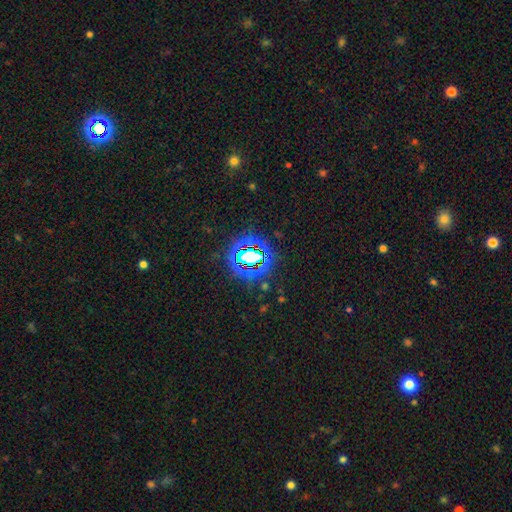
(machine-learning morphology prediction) Smooth or featured?
  - star or artifact: 82% *
  - smooth: 11%
  - featured or disk: 7%